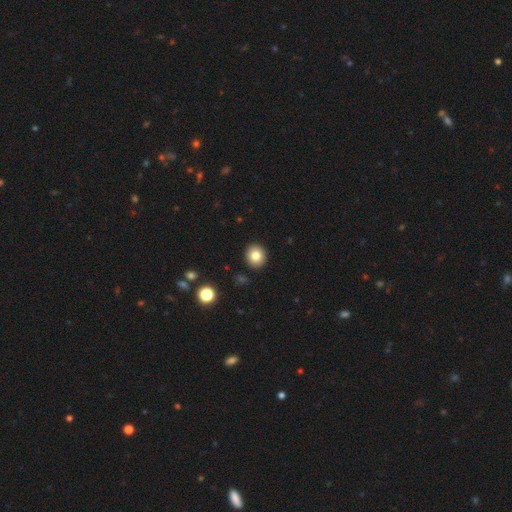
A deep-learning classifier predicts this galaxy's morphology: type=smooth (82%); roundness=round (83%); merging=none (92%).